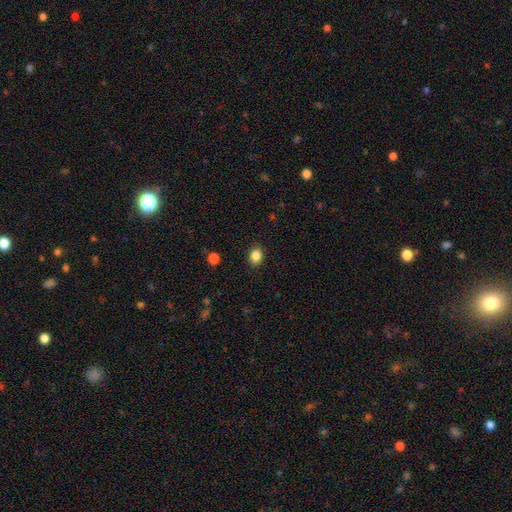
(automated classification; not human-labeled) smooth 86%, star or artifact 10%, featured or disk 4%. Down the decision tree: how rounded — round (50%); merging — none (90%).